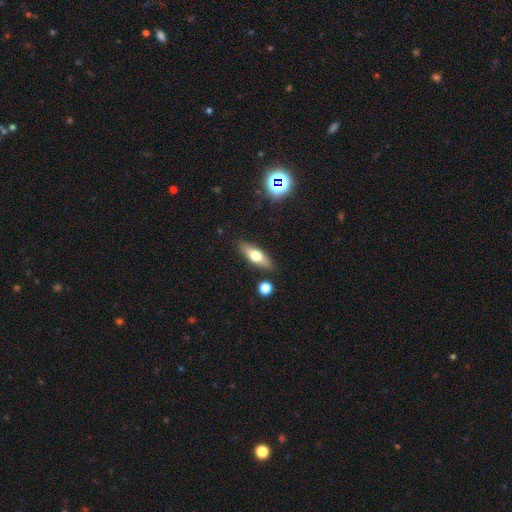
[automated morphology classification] Smooth or featured: smooth — 57% (featured or disk — 36%)
How rounded: in between — 52% (cigar-shaped — 44%)
Merging: none — 86% (minor disturbance — 9%)